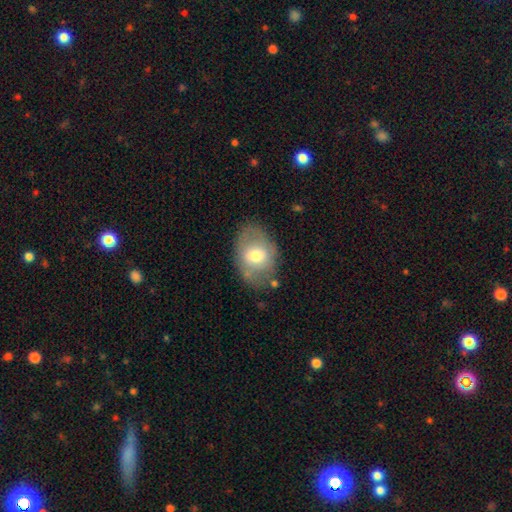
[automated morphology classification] Q: Smooth or featured?
A: smooth (60%); runner-up: featured or disk (33%)
Q: How rounded?
A: in between (74%); runner-up: round (25%)
Q: Merging?
A: none (70%); runner-up: minor disturbance (19%)